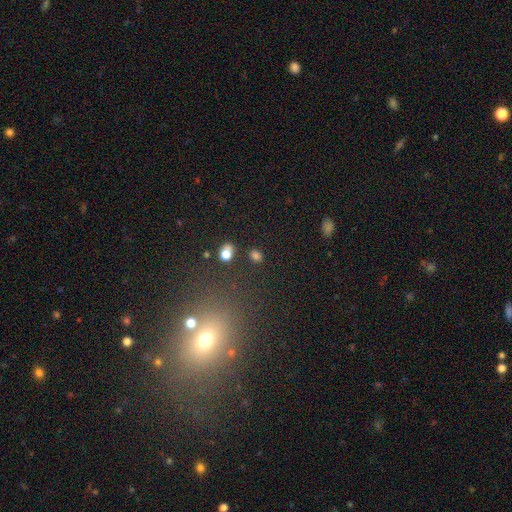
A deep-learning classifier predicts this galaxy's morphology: Smooth or featured?
  - smooth: 71% *
  - star or artifact: 21%
  - featured or disk: 7%
How rounded?
  - in between: 57% *
  - round: 40%
  - cigar-shaped: 2%
Merging?
  - none: 80% *
  - minor disturbance: 10%
  - merger: 5%
  - major disturbance: 4%